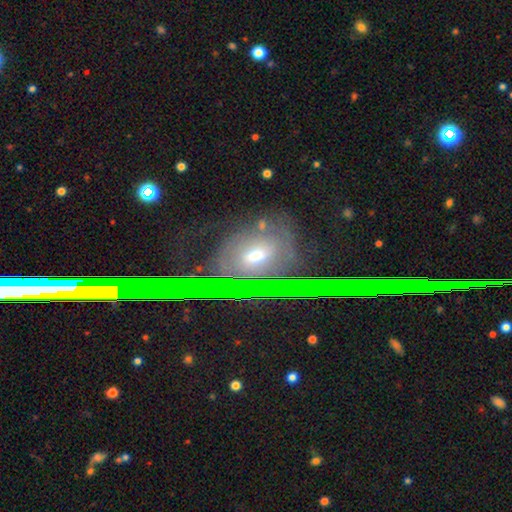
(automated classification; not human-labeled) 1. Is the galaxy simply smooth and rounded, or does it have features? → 50% smooth, 25% featured or disk, 25% star or artifact.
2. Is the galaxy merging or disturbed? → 73% none, 15% minor disturbance, 7% major disturbance, 4% merger.